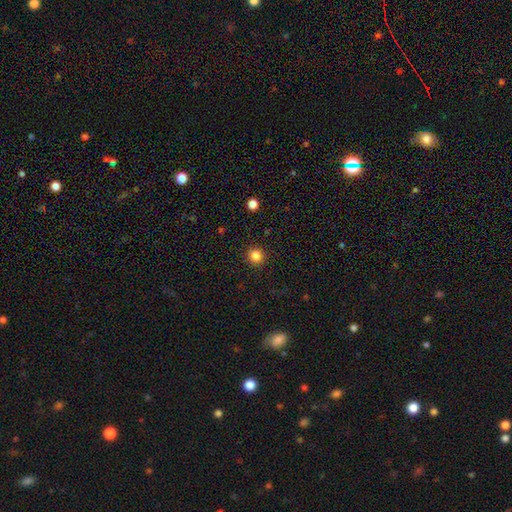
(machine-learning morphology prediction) Overall: smooth (84%). How rounded: round (92%). Merging: none (92%).